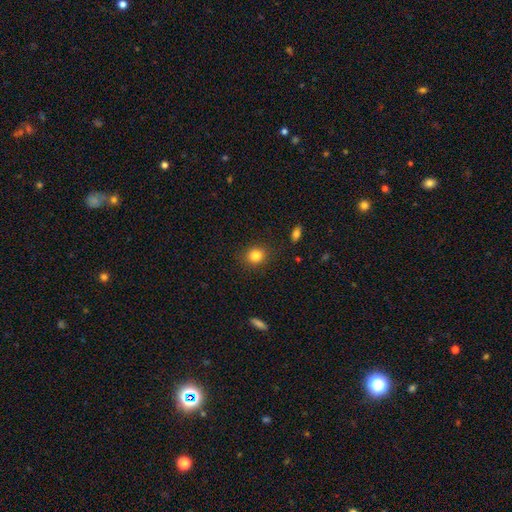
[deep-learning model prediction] Smooth or featured? smooth (83%)
How rounded? round (76%)
Merging? none (87%)